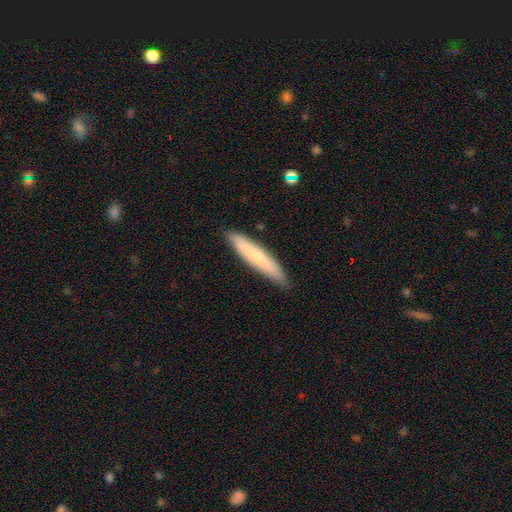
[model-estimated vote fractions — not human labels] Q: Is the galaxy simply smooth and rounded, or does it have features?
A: smooth — 73%.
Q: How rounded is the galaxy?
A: cigar-shaped — 90%.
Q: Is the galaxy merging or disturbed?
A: none — 86%.